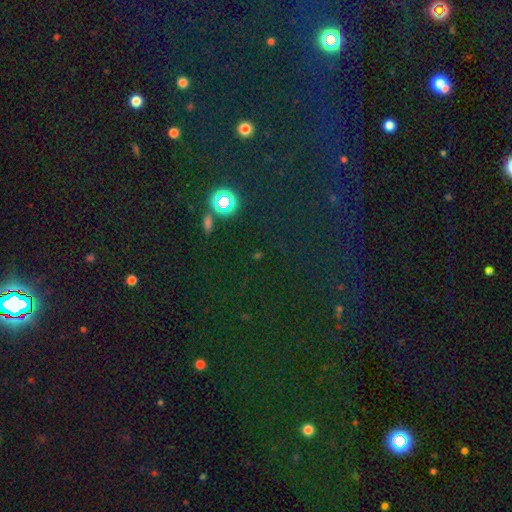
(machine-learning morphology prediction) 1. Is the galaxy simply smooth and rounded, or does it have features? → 65% star or artifact, 27% smooth, 8% featured or disk.